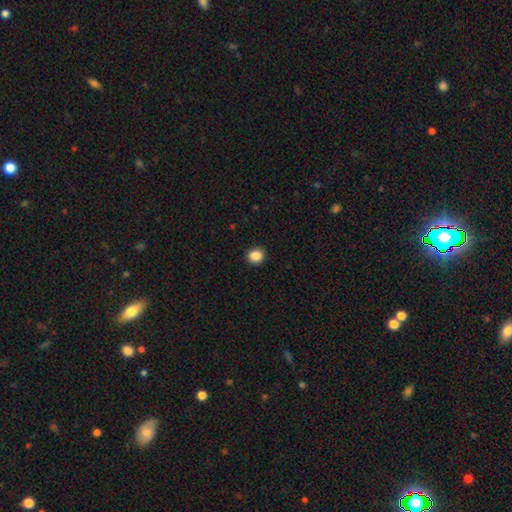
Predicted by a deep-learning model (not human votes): Smooth or featured: smooth — 87% (star or artifact — 10%)
How rounded: round — 82% (in between — 17%)
Merging: none — 92% (minor disturbance — 5%)